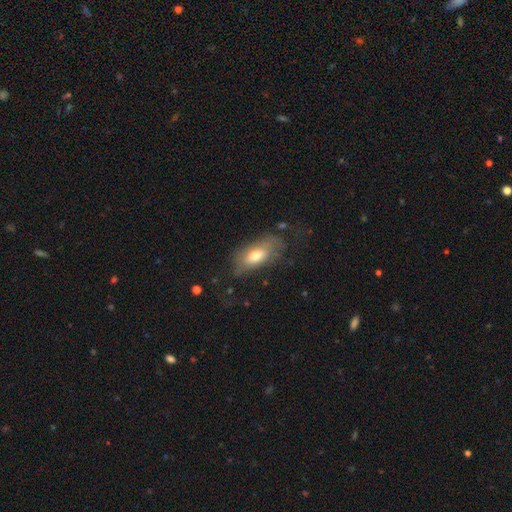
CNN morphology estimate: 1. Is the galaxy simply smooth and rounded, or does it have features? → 63% smooth, 29% featured or disk, 8% star or artifact.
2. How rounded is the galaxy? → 85% in between, 12% cigar-shaped, 3% round.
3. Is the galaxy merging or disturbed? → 54% none, 27% minor disturbance, 17% major disturbance, 2% merger.